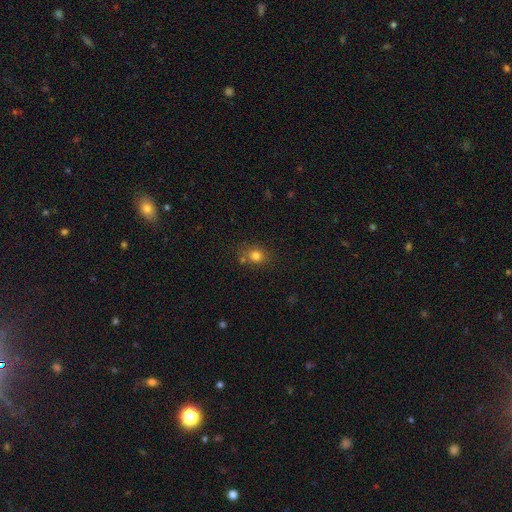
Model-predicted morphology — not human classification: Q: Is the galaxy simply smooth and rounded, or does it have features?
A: smooth — 79%.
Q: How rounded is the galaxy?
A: round — 71%.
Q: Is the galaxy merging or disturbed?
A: none — 72%.